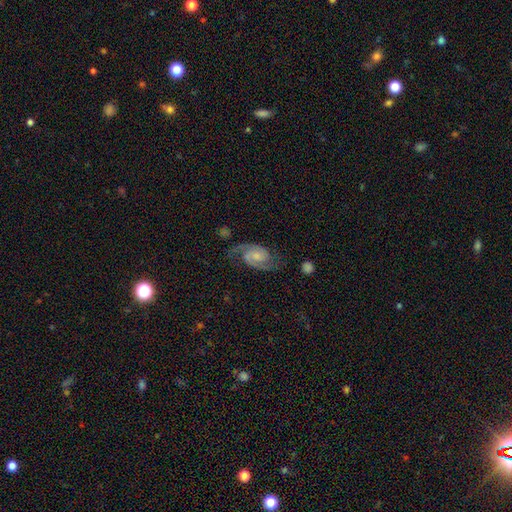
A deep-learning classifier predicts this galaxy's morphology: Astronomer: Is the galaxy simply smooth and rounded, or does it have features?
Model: featured or disk — 88%.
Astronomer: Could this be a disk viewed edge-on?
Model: no — 98%.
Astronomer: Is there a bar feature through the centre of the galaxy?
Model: no — 55% (runner-up: weak, 38%).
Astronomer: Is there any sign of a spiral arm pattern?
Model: yes — 98%.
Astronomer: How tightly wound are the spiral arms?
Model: medium — 55%.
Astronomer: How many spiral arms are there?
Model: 2 — 93%.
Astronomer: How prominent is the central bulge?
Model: small — 44% (runner-up: moderate, 34%).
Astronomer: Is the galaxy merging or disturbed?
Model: none — 74%.